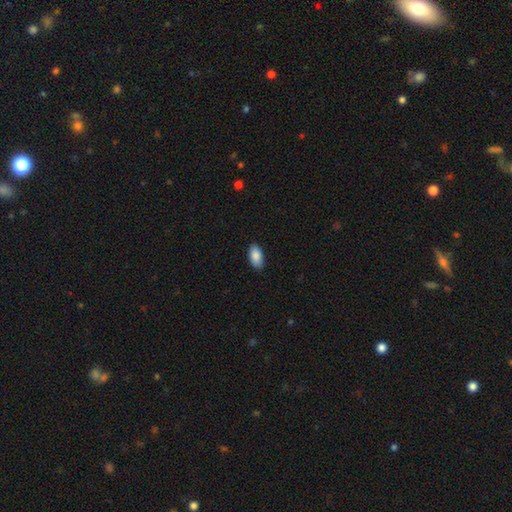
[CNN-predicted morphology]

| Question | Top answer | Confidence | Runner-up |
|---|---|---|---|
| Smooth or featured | smooth | 88% | star or artifact (6%) |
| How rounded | in between | 94% | cigar-shaped (4%) |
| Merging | none | 88% | minor disturbance (10%) |